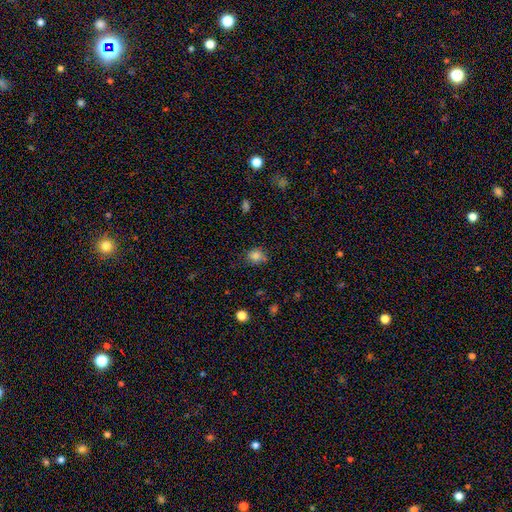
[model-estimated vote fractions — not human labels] Smooth or featured? smooth (83%)
How rounded? round (73%)
Merging? none (73%)